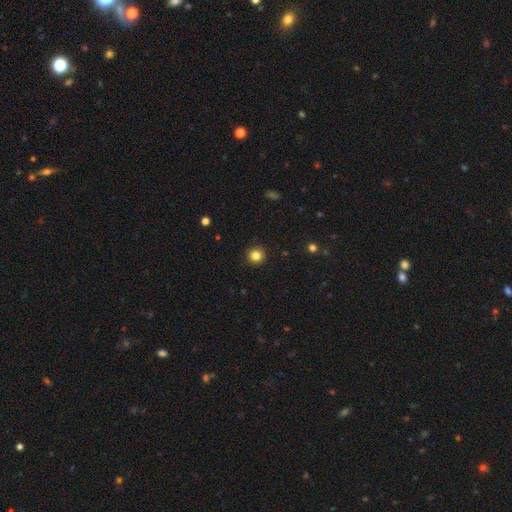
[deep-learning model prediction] A smooth galaxy with no disk features (83%) that is round (93%).

Vote fractions:
- Smooth or featured? smooth: 83% / star or artifact: 12% / featured or disk: 5%
- How rounded? round: 93% / in between: 6% / cigar-shaped: 1%
- Merging? none: 92% / minor disturbance: 5% / major disturbance: 2% / merger: 1%